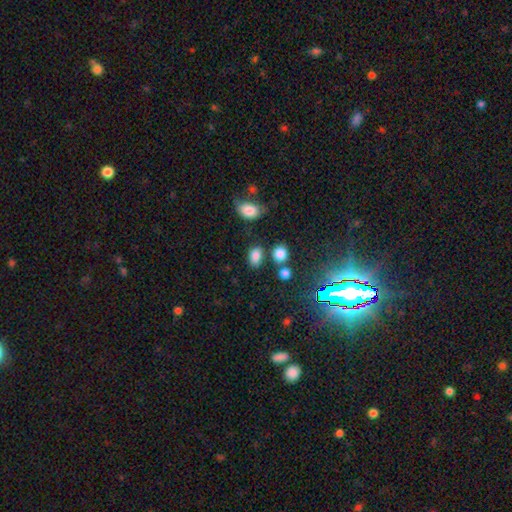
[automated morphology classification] Smooth or featured? smooth (81%)
How rounded? in between (81%)
Merging? none (71%)